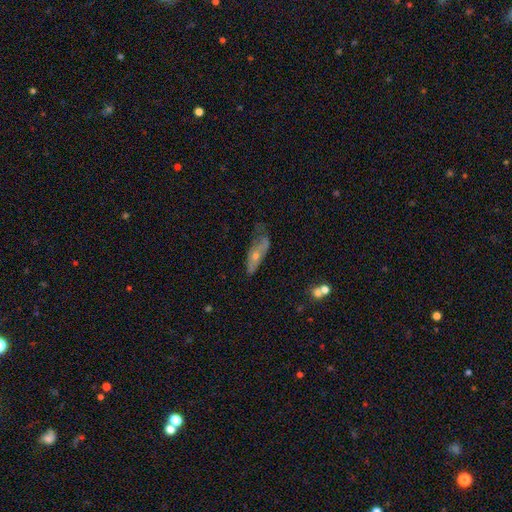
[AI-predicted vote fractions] A featured or disk galaxy (51%). Merging: none (40%).